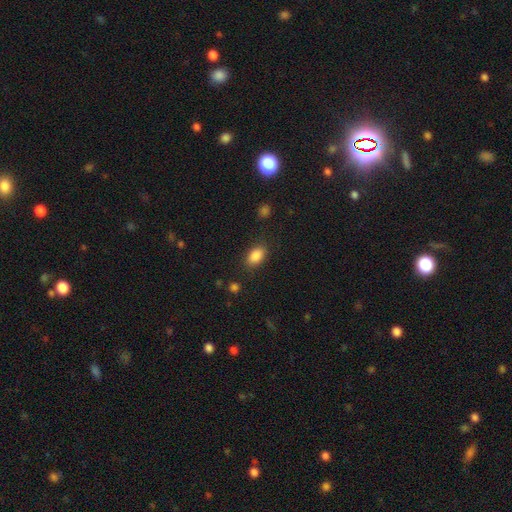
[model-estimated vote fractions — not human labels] Overall: smooth (87%). How rounded: in between (89%). Merging: none (84%).